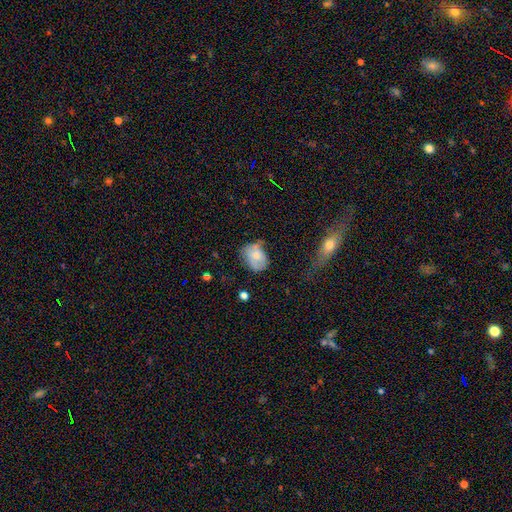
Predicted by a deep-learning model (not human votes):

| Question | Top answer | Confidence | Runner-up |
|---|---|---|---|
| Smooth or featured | smooth | 68% | featured or disk (23%) |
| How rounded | in between | 70% | round (29%) |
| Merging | none | 47% | minor disturbance (34%) |